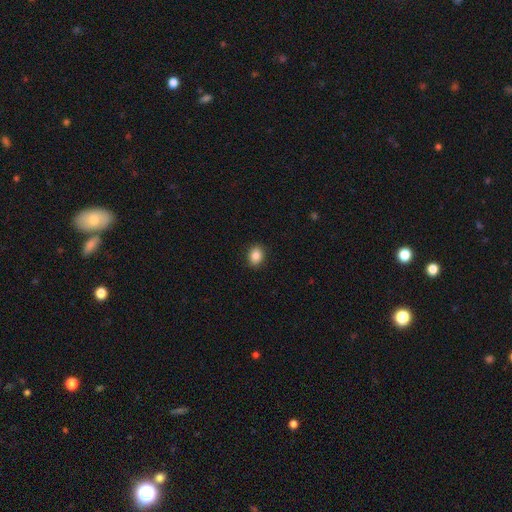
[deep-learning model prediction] Q: Smooth or featured?
A: smooth (87%); runner-up: star or artifact (9%)
Q: How rounded?
A: in between (56%); runner-up: round (43%)
Q: Merging?
A: none (90%); runner-up: minor disturbance (7%)